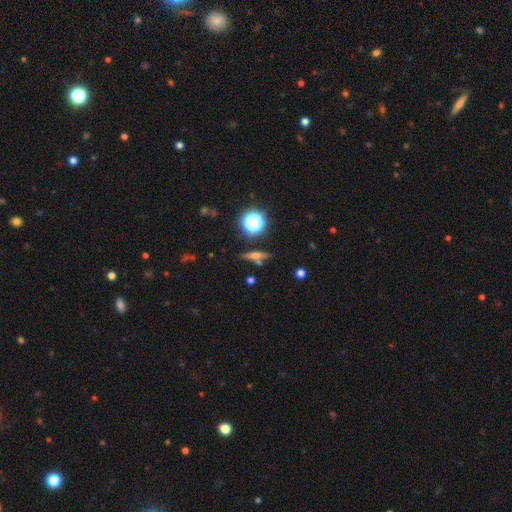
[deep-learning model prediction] Smooth or featured?
  - featured or disk: 41% *
  - smooth: 40%
  - star or artifact: 20%
Merging?
  - none: 75% *
  - minor disturbance: 13%
  - merger: 8%
  - major disturbance: 4%